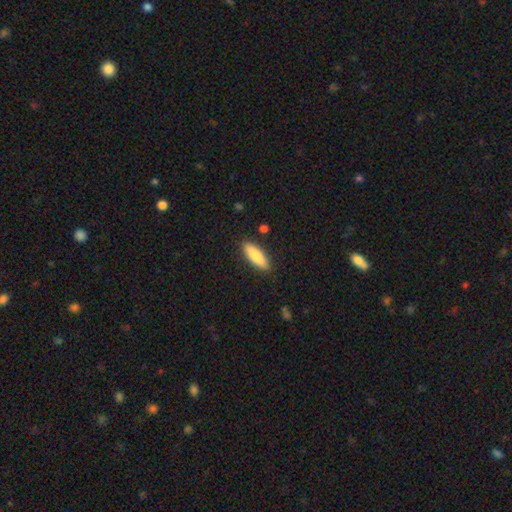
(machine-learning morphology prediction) Smooth or featured: smooth — 83% (featured or disk — 11%)
How rounded: in between — 58% (cigar-shaped — 40%)
Merging: none — 88% (minor disturbance — 9%)